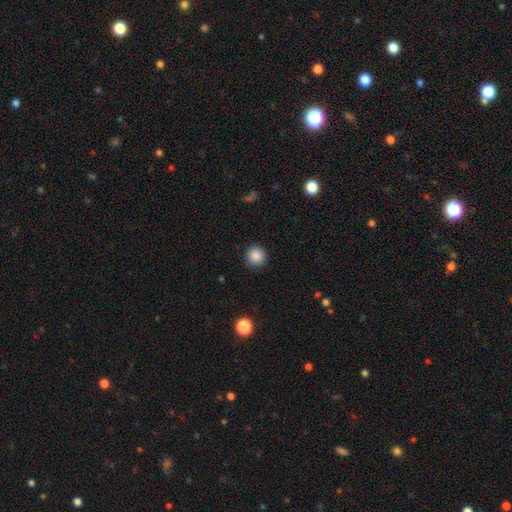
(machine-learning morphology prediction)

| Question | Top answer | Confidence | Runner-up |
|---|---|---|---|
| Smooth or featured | smooth | 87% | star or artifact (10%) |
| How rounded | round | 94% | in between (5%) |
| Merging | none | 89% | minor disturbance (7%) |